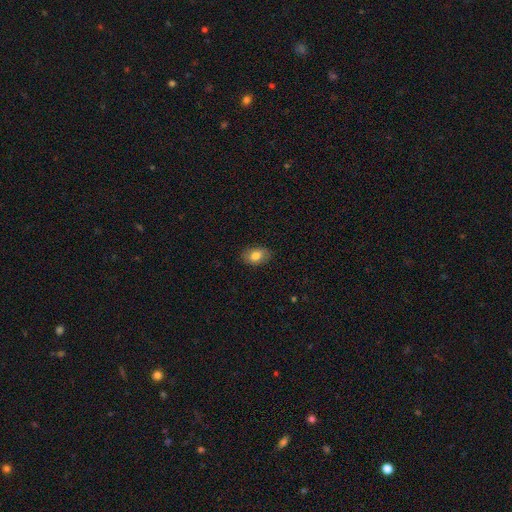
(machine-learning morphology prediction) Smooth or featured?
  - smooth: 82% *
  - featured or disk: 11%
  - star or artifact: 8%
How rounded?
  - in between: 85% *
  - round: 14%
  - cigar-shaped: 1%
Merging?
  - none: 86% *
  - minor disturbance: 11%
  - major disturbance: 2%
  - merger: 1%